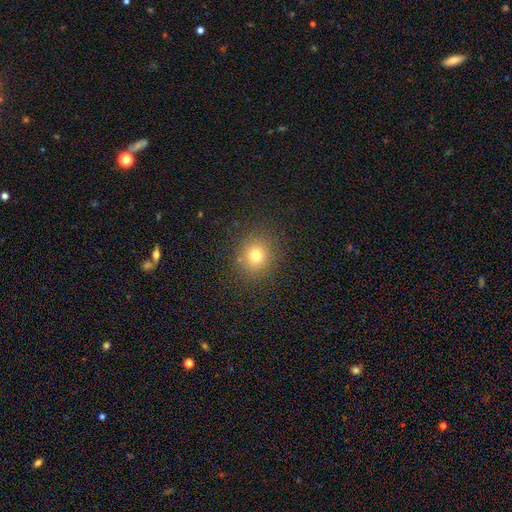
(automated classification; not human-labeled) Overall: smooth (75%). How rounded: round (79%). Merging: none (86%).